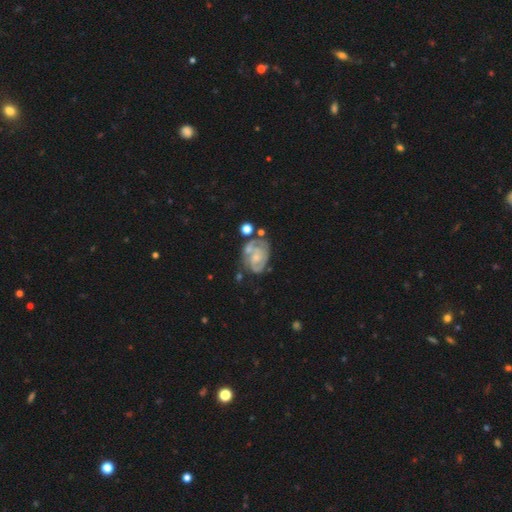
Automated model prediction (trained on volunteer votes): Smooth or featured?
  - featured or disk: 78% *
  - smooth: 16%
  - star or artifact: 6%
Edge-on disk?
  - no: 98% *
  - yes: 2%
Bar?
  - no: 67% *
  - weak: 27%
  - strong: 5%
Spiral arms?
  - yes: 86% *
  - no: 14%
Spiral winding?
  - tight: 57% *
  - medium: 33%
  - loose: 11%
Spiral arm count?
  - 2: 50% *
  - can't tell: 27%
  - 3: 10%
  - 1: 7%
  - 4: 3%
  - more than 4: 3%
Bulge size?
  - small: 57% *
  - moderate: 29%
  - none: 11%
  - large: 2%
  - dominant: 1%
Merging?
  - none: 48% *
  - minor disturbance: 24%
  - major disturbance: 15%
  - merger: 13%